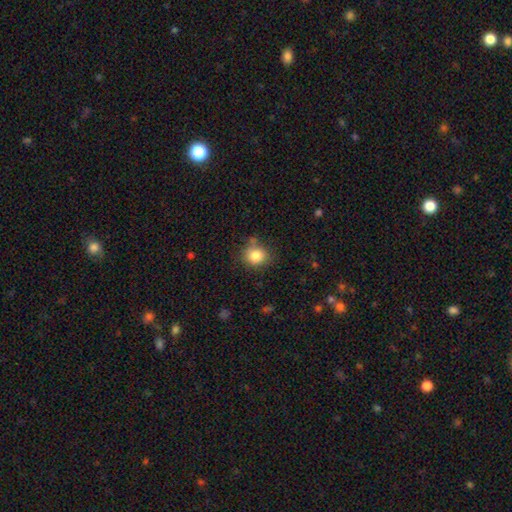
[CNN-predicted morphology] smooth-or-featured: smooth: 83% | star or artifact: 11% | featured or disk: 6%
  how-rounded: round: 79% | in between: 20% | cigar-shaped: 1%
  merging: none: 73% | minor disturbance: 18% | merger: 5% | major disturbance: 5%